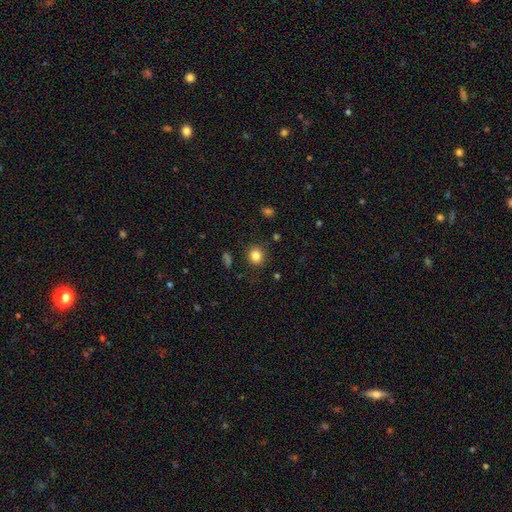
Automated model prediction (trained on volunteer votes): smooth 83%, star or artifact 11%, featured or disk 6%. Down the decision tree: how rounded — round (80%); merging — none (87%).